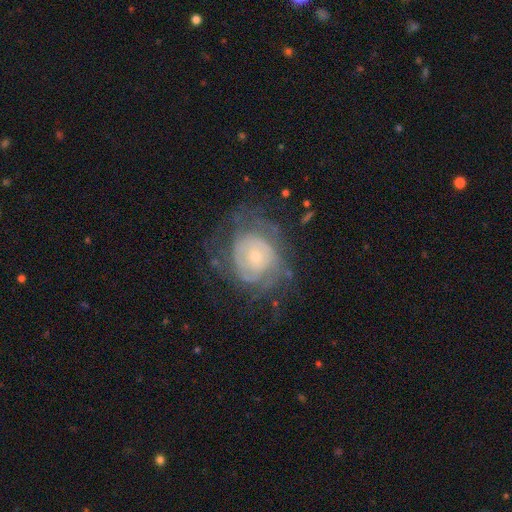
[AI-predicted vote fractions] smooth-or-featured: featured or disk: 76% | smooth: 17% | star or artifact: 7%
  disk-edge-on: no: 97% | yes: 3%
    bar: no: 78% | weak: 18% | strong: 4%
    has-spiral-arms: yes: 82% | no: 18%
      spiral-winding: tight: 67% | medium: 24% | loose: 9%
      spiral-arm-count: can't tell: 54% | 2: 17% | 3: 10% | 4: 8% | more than 4: 5% | 1: 5%
    bulge-size: small: 73% | moderate: 22% | large: 2% | none: 2% | dominant: 1%
  merging: none: 59% | minor disturbance: 21% | major disturbance: 19% | merger: 2%